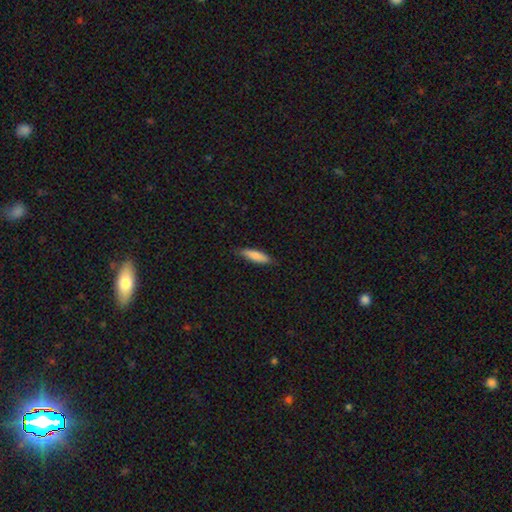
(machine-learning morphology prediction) This appears to be a smooth galaxy with no disk features (83%) that is cigar-shaped (69%). Merging: none (84%).